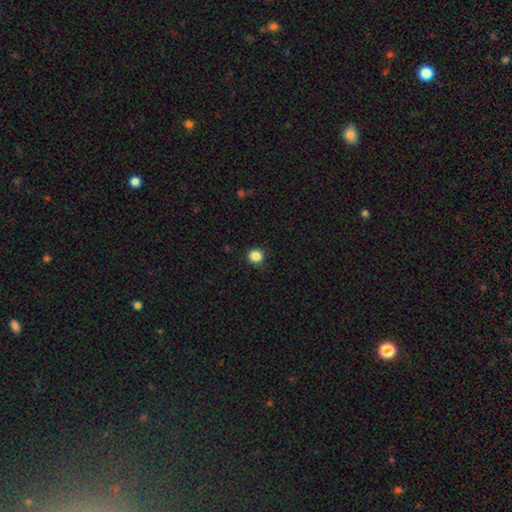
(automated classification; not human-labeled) The model was most divided on "smooth or featured": smooth: 86%, star or artifact: 11%, featured or disk: 3%. More confident: how rounded — round (89%); merging — none (88%).